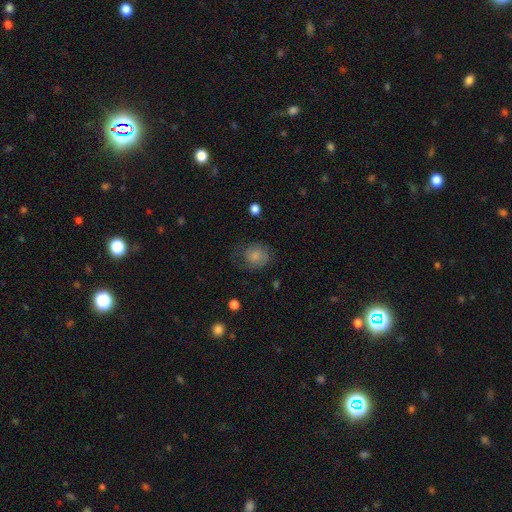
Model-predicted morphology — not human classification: A smooth galaxy with no disk features (68%) that is round (72%).

Vote fractions:
- Smooth or featured? smooth: 68% / featured or disk: 23% / star or artifact: 9%
- How rounded? round: 72% / in between: 27% / cigar-shaped: 1%
- Merging? none: 55% / minor disturbance: 25% / major disturbance: 19% / merger: 2%